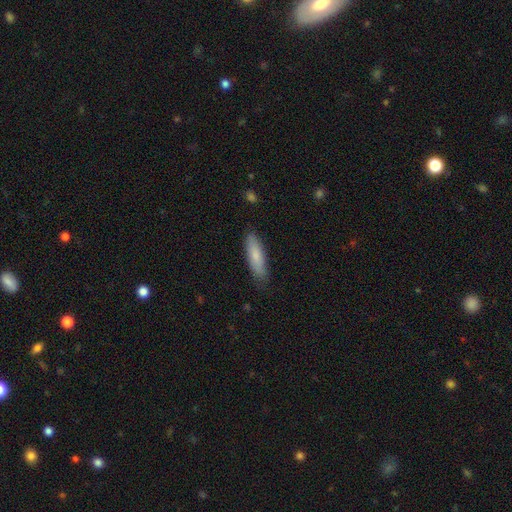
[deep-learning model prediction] Morphology: type=smooth (80%); roundness=cigar-shaped (61%); merging=none (81%).